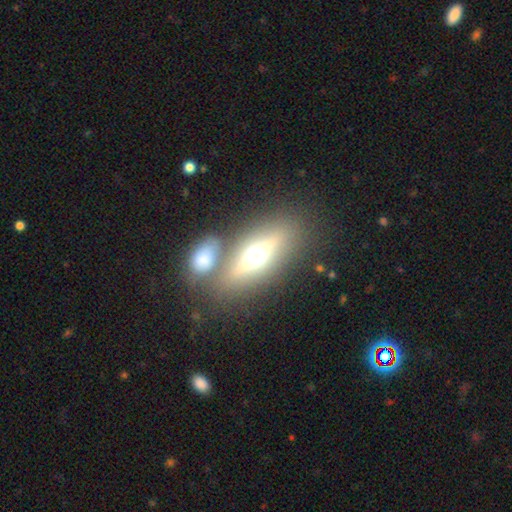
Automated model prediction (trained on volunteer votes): Overall: featured or disk (54%; smooth 37%). Edge-on disk: yes (80%). Merging: none (61%; merger 25%).